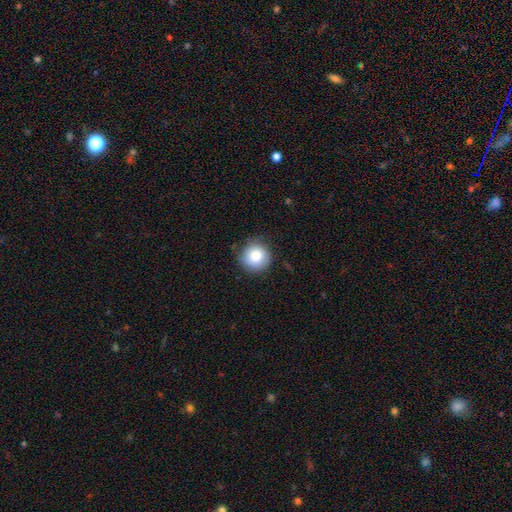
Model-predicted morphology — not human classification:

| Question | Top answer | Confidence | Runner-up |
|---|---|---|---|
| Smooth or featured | smooth | 82% | featured or disk (9%) |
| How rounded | round | 94% | in between (5%) |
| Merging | none | 78% | minor disturbance (17%) |